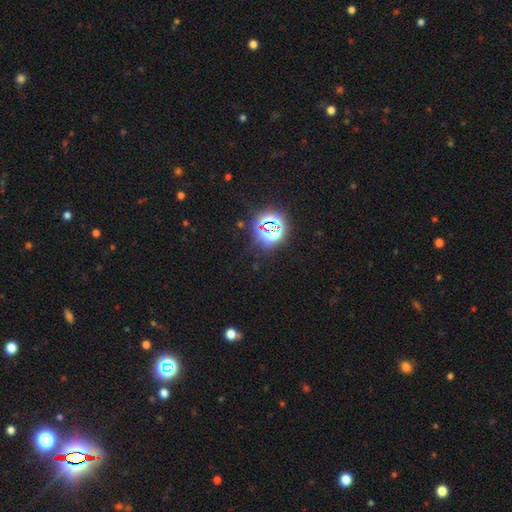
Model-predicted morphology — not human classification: Smooth or featured? star or artifact (79%)